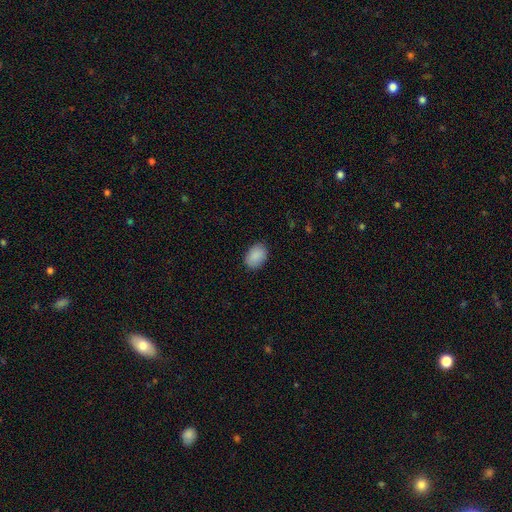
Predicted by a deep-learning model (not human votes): A smooth galaxy with no disk features (90%) that is in between round and cigar-shaped (85%).

Vote fractions:
- Smooth or featured? smooth: 90% / star or artifact: 7% / featured or disk: 4%
- How rounded? in between: 85% / round: 14% / cigar-shaped: 1%
- Merging? none: 86% / minor disturbance: 11% / major disturbance: 2% / merger: 1%